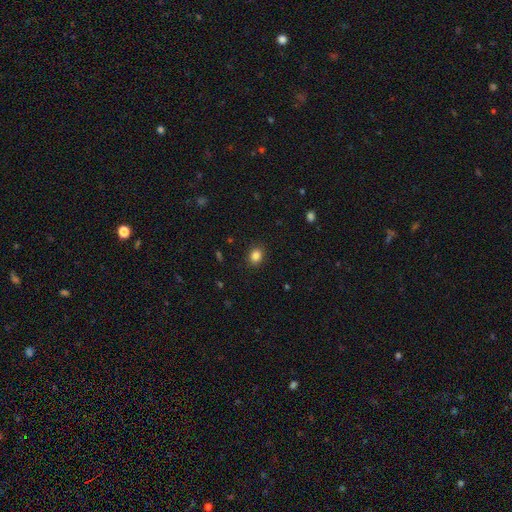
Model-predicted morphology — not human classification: This appears to be a smooth galaxy with no disk features (85%) that is round (50%). Merging: none (89%).